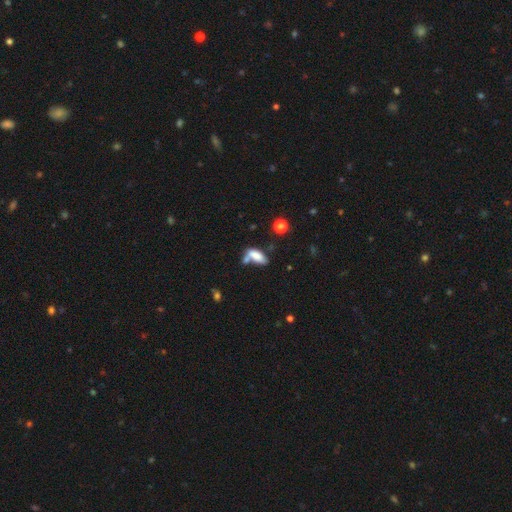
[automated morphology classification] type=smooth (75%); roundness=in between (82%); merging=merger (41%).